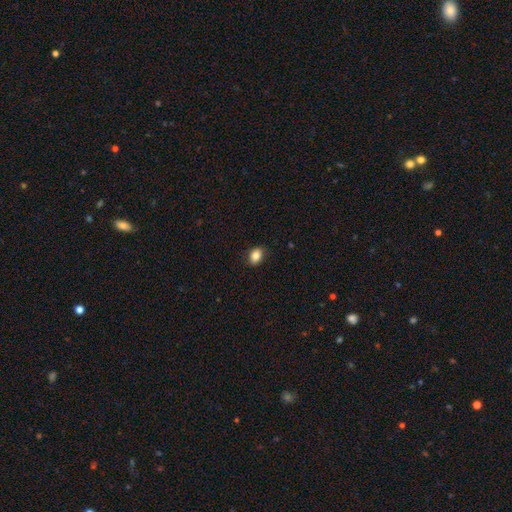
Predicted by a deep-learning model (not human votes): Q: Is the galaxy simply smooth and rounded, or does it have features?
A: smooth — 85%.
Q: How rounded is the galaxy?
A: in between — 73%.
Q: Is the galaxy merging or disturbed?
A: none — 87%.